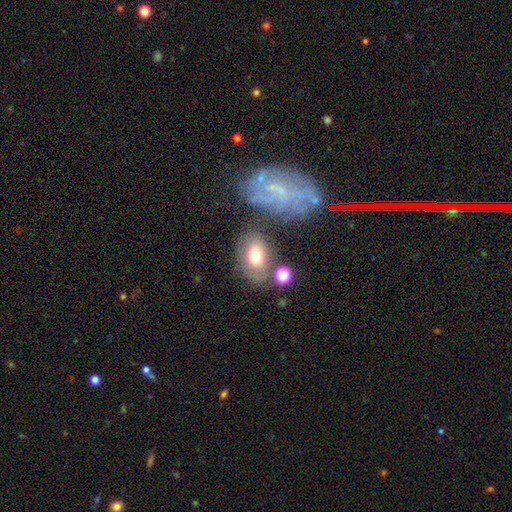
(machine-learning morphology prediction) smooth-or-featured: smooth: 66% | featured or disk: 25% | star or artifact: 9%
  how-rounded: in between: 82% | round: 17% | cigar-shaped: 1%
  merging: none: 62% | minor disturbance: 17% | merger: 13% | major disturbance: 8%